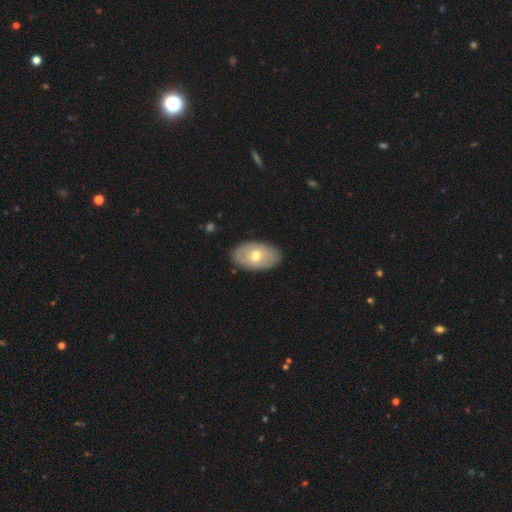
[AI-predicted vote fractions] Smooth or featured?
  - smooth: 61% *
  - featured or disk: 33%
  - star or artifact: 6%
How rounded?
  - in between: 92% *
  - round: 7%
  - cigar-shaped: 1%
Merging?
  - none: 87% *
  - minor disturbance: 10%
  - major disturbance: 2%
  - merger: 1%